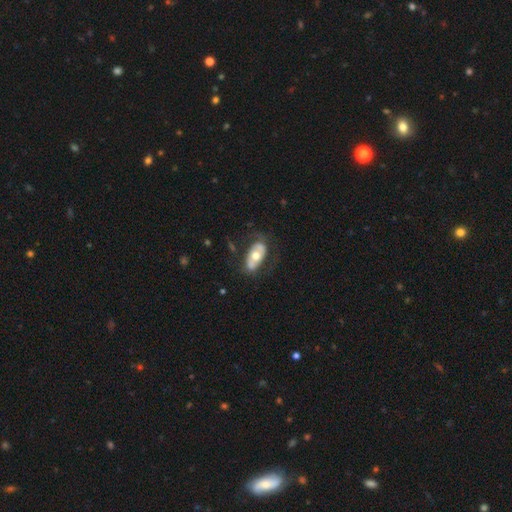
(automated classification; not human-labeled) Morphology: type=featured or disk (50%); merging=none (63%).